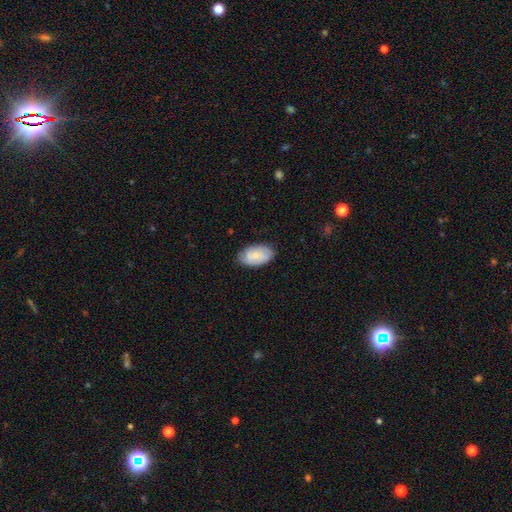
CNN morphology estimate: Smooth or featured: smooth — 69% (featured or disk — 24%)
How rounded: in between — 93% (round — 5%)
Merging: none — 77% (minor disturbance — 18%)